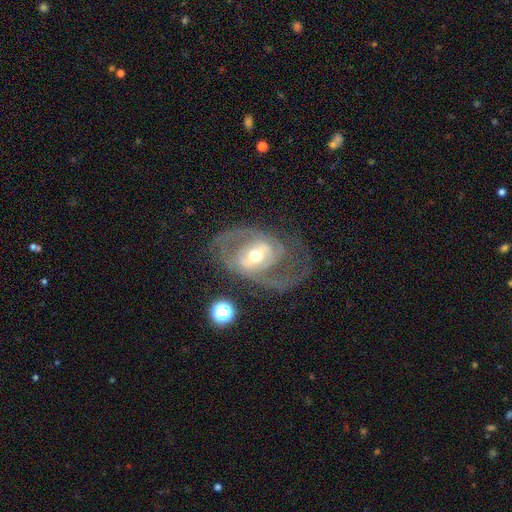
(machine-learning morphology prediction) Smooth or featured?
  - featured or disk: 85% *
  - smooth: 9%
  - star or artifact: 6%
Edge-on disk?
  - no: 96% *
  - yes: 4%
Bar?
  - weak: 41% *
  - strong: 35%
  - no: 24%
Spiral arms?
  - yes: 84% *
  - no: 16%
Spiral winding?
  - medium: 49% *
  - tight: 27%
  - loose: 24%
Spiral arm count?
  - 2: 75% *
  - can't tell: 12%
  - 1: 6%
  - 3: 4%
  - 4: 2%
  - more than 4: 2%
Bulge size?
  - moderate: 71% *
  - small: 18%
  - large: 9%
  - dominant: 1%
  - none: 1%
Merging?
  - none: 59% *
  - major disturbance: 21%
  - minor disturbance: 18%
  - merger: 2%